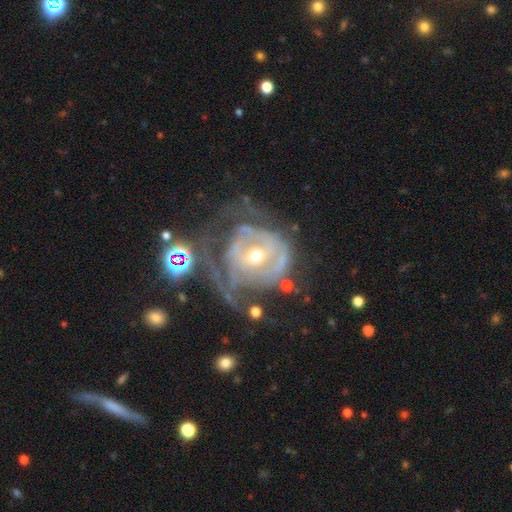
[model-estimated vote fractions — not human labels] Morphology: type=featured or disk (82%); edge-on=no (97%); bar=no (51%); spiral arms=yes (76%); winding=tight (59%); arm count=can't tell (45%); bulge=moderate (52%); merging=none (37%).